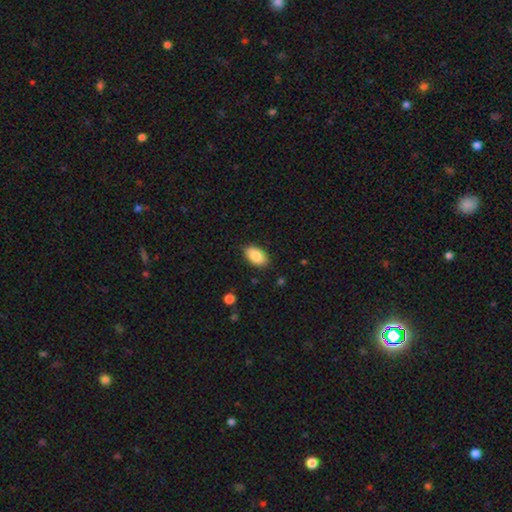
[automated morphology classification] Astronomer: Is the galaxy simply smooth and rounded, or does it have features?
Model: smooth — 88%.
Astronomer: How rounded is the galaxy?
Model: in between — 94%.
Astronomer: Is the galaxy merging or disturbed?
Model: none — 86%.